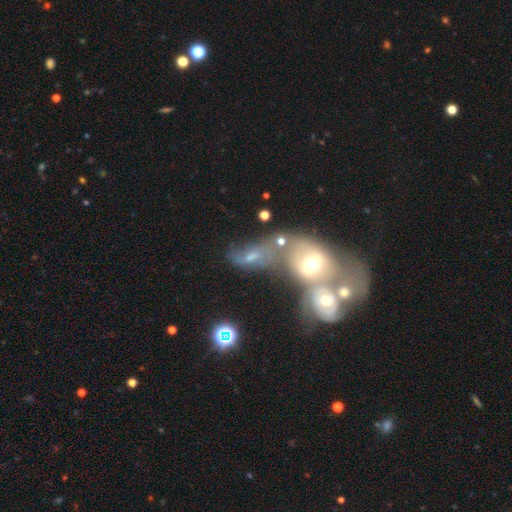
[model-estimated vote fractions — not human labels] smooth-or-featured: featured or disk: 45% | smooth: 37% | star or artifact: 18%
  merging: merger: 69% | none: 13% | major disturbance: 12% | minor disturbance: 7%